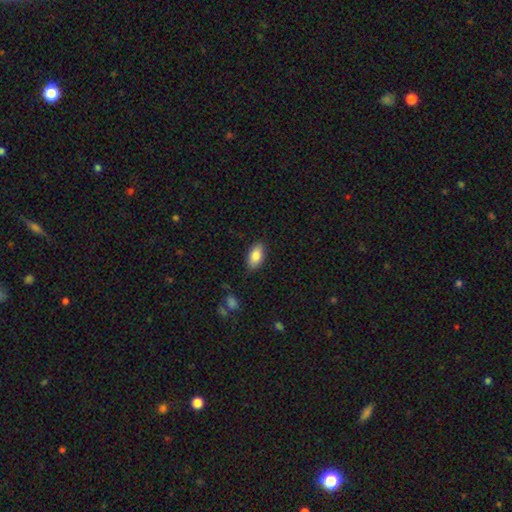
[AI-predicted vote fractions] Morphology: type=smooth (85%); roundness=in between (91%); merging=none (84%).